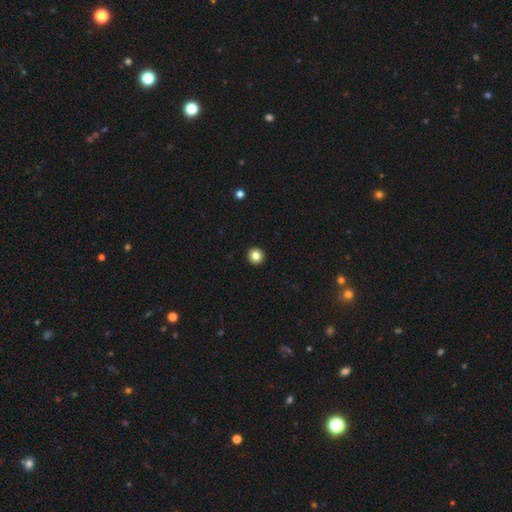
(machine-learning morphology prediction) Smooth or featured? Predicted: smooth (p=0.84). How rounded? Predicted: round (p=0.95). Merging? Predicted: none (p=0.94).